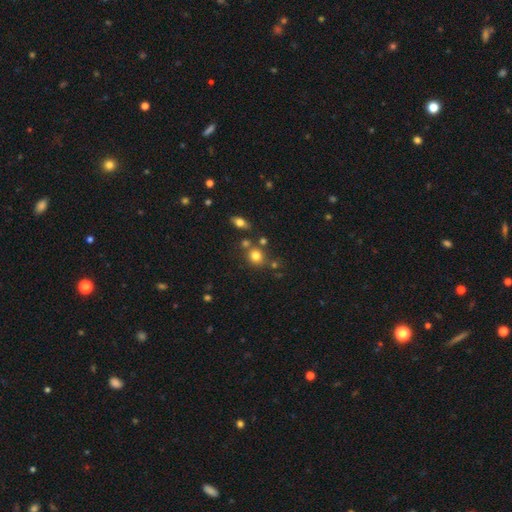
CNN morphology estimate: smooth-or-featured: smooth: 78% | star or artifact: 13% | featured or disk: 9%
  how-rounded: round: 77% | in between: 22% | cigar-shaped: 1%
  merging: none: 67% | merger: 17% | minor disturbance: 12% | major disturbance: 4%